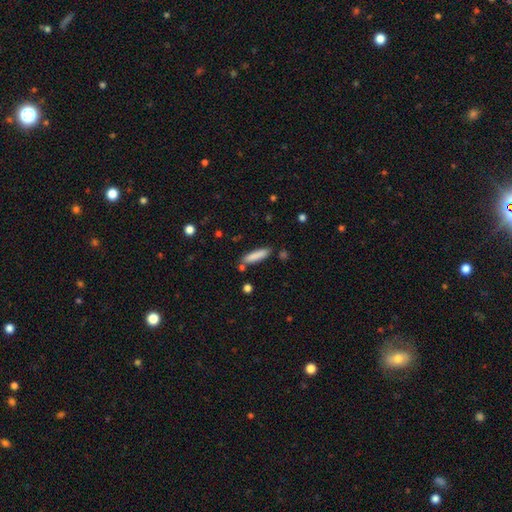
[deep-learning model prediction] Smooth or featured?
  - smooth: 85% *
  - featured or disk: 9%
  - star or artifact: 6%
How rounded?
  - cigar-shaped: 78% *
  - in between: 20%
  - round: 1%
Merging?
  - none: 81% *
  - minor disturbance: 11%
  - merger: 5%
  - major disturbance: 2%